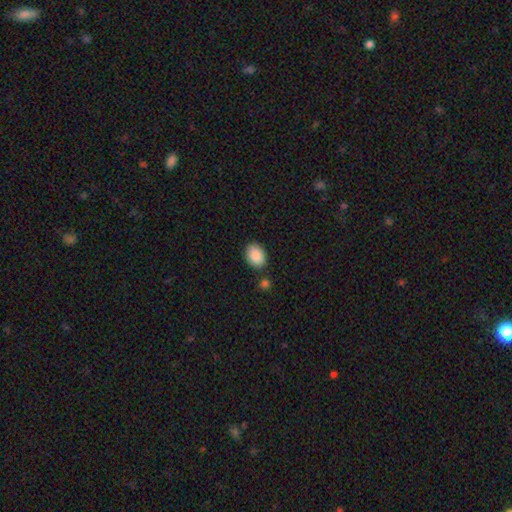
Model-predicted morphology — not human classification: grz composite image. It shows a smooth galaxy with no disk features (88%) that is in between round and cigar-shaped (73%). Merging: none (80%).